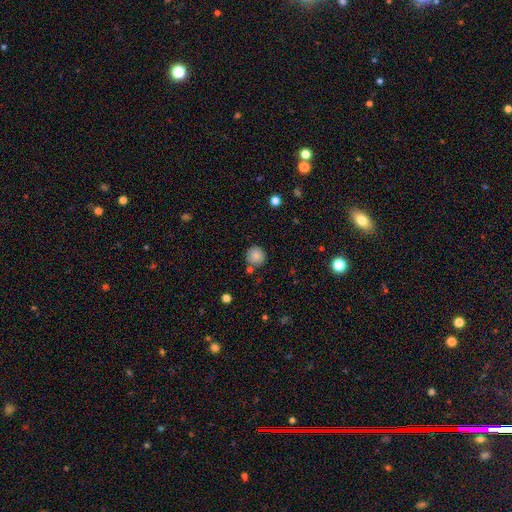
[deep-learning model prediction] Overall: smooth (84%). How rounded: round (93%). Merging: none (80%).